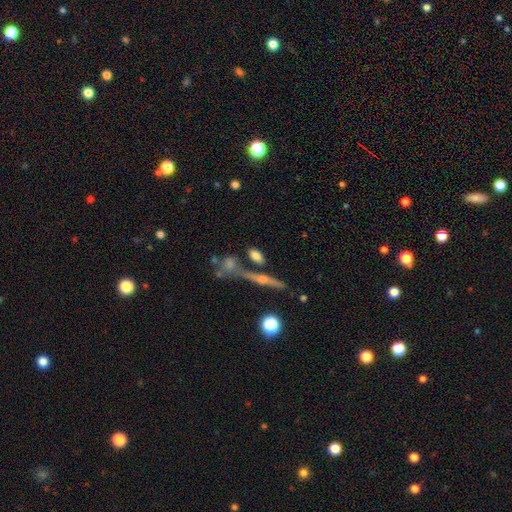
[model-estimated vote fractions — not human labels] Morphology: type=smooth (62%); roundness=in between (65%); merging=none (65%).